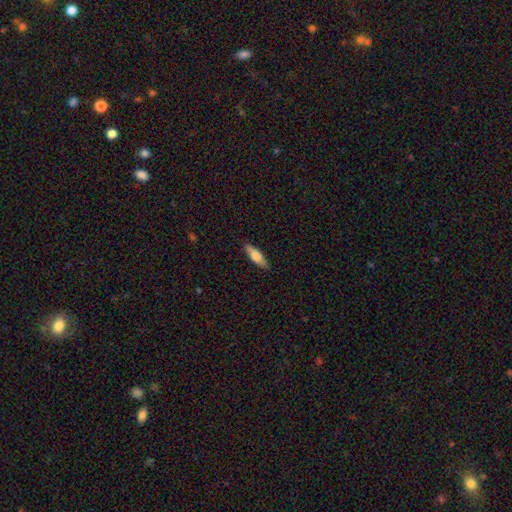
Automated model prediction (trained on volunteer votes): Smooth or featured?
  - smooth: 71% *
  - featured or disk: 23%
  - star or artifact: 6%
How rounded?
  - cigar-shaped: 50% *
  - in between: 48%
  - round: 2%
Merging?
  - none: 87% *
  - minor disturbance: 10%
  - major disturbance: 2%
  - merger: 1%